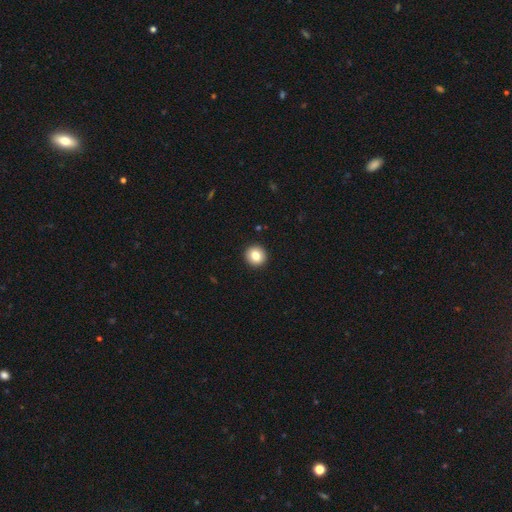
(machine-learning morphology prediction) A smooth galaxy with no disk features (82%) that is round (93%). Merging: none (94%).